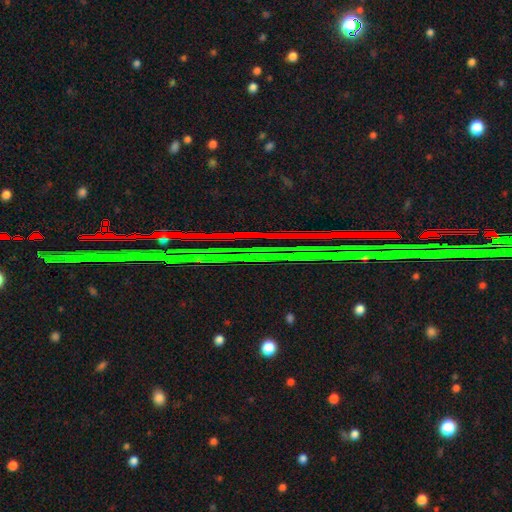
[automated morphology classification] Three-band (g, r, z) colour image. It shows a star or artifact, not a galaxy (84%).